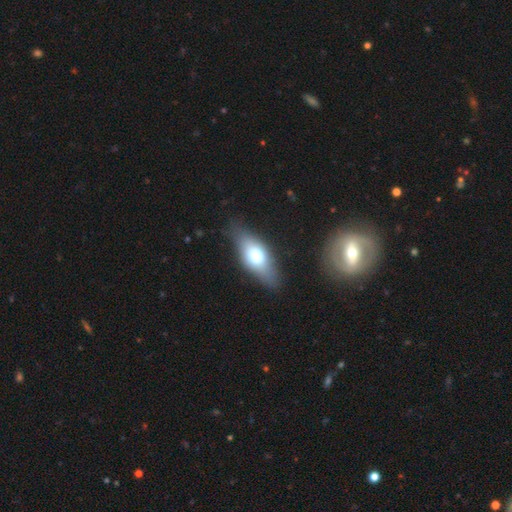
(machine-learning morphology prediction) Overall: smooth (63%; featured or disk 29%). How rounded: in between (78%). Merging: none (78%).